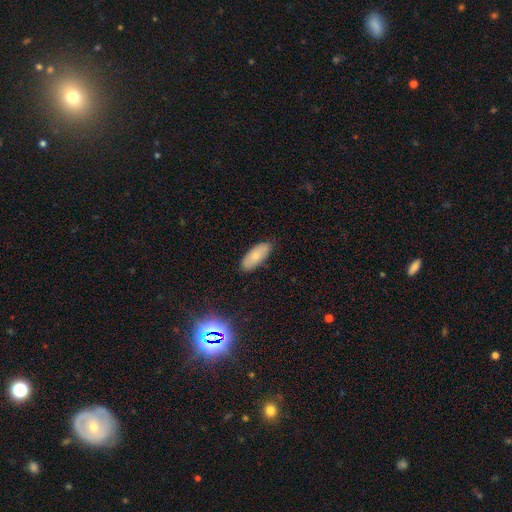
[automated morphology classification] Smooth or featured?
  - smooth: 79% *
  - featured or disk: 13%
  - star or artifact: 7%
How rounded?
  - in between: 82% *
  - cigar-shaped: 16%
  - round: 2%
Merging?
  - none: 85% *
  - minor disturbance: 12%
  - major disturbance: 2%
  - merger: 1%